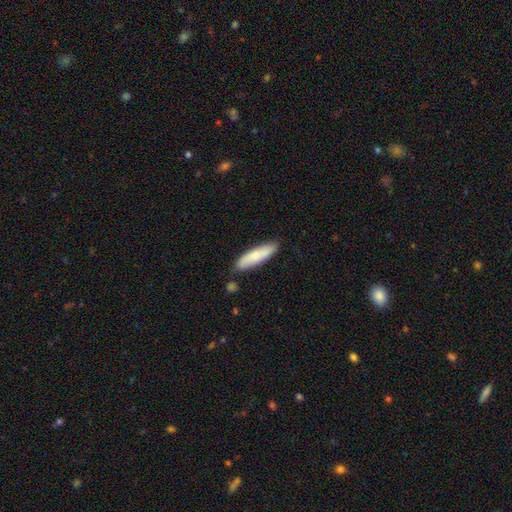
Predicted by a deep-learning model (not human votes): smooth_or_featured: smooth (p=0.73) [alt: featured or disk p=0.21]
how_rounded: cigar-shaped (p=0.68) [alt: in between p=0.30]
merging: none (p=0.82) [alt: minor disturbance p=0.12]